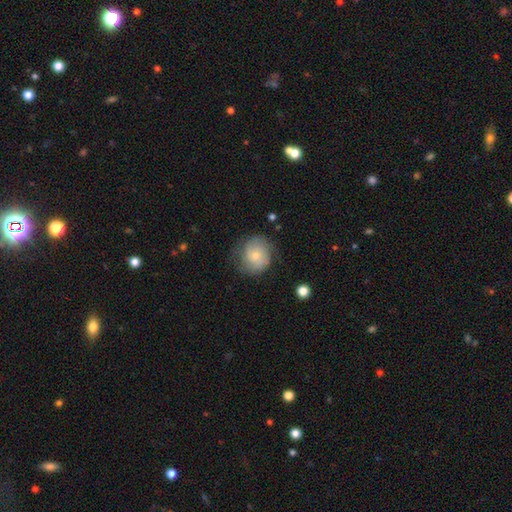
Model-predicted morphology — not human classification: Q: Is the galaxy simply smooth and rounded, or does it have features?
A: smooth — 55%.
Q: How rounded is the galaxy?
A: round — 78%.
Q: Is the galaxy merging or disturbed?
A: none — 63%.